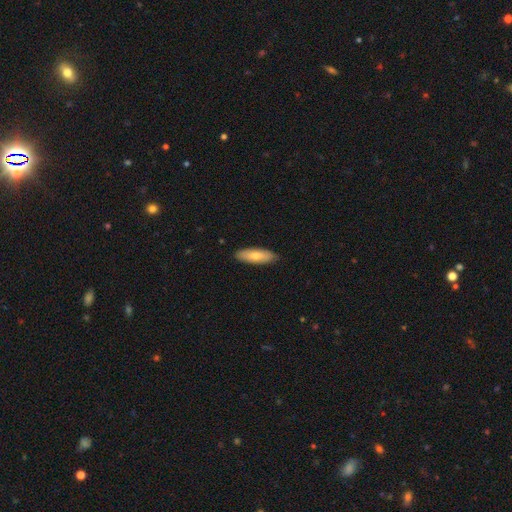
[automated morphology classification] smooth 75%, featured or disk 20%, star or artifact 5%. Down the decision tree: how rounded — in between (57%); merging — none (88%).